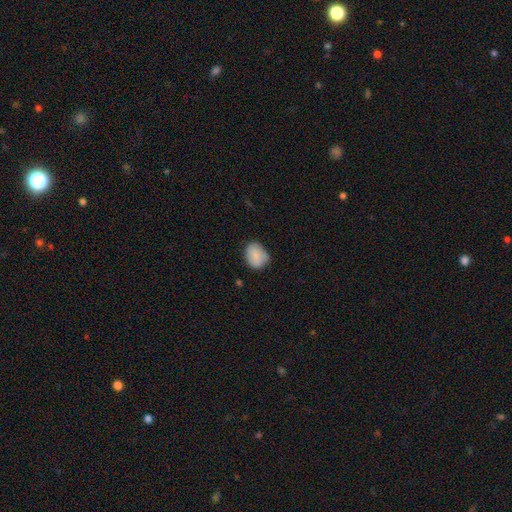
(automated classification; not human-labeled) Q: Smooth or featured?
A: smooth (82%); runner-up: featured or disk (11%)
Q: How rounded?
A: in between (54%); runner-up: round (45%)
Q: Merging?
A: none (67%); runner-up: minor disturbance (27%)